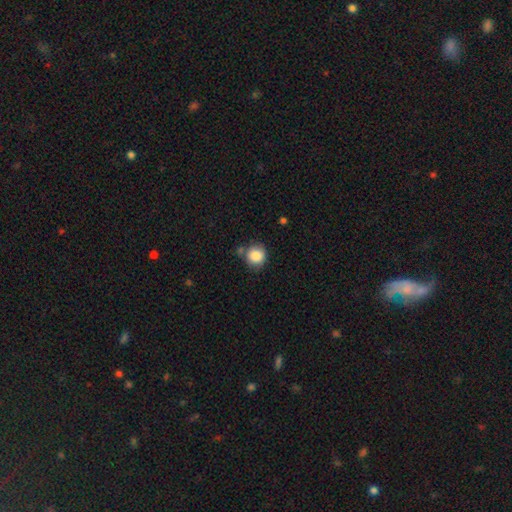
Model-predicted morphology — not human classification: Q: Smooth or featured?
A: smooth (86%); runner-up: star or artifact (9%)
Q: How rounded?
A: round (88%); runner-up: in between (11%)
Q: Merging?
A: none (67%); runner-up: minor disturbance (18%)